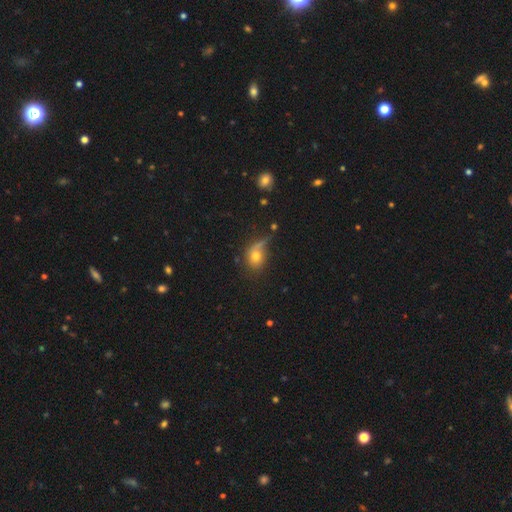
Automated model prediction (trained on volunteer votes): The model was most divided on "how rounded": round: 49%, in between: 48%, cigar-shaped: 3%. Remaining: smooth or featured — smooth (66%); merging — none (39%).